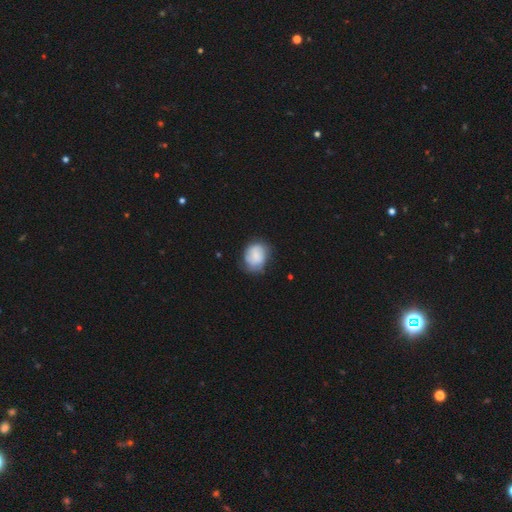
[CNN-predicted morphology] Smooth or featured: smooth — 62% (featured or disk — 30%)
How rounded: round — 60% (in between — 39%)
Merging: none — 59% (minor disturbance — 29%)